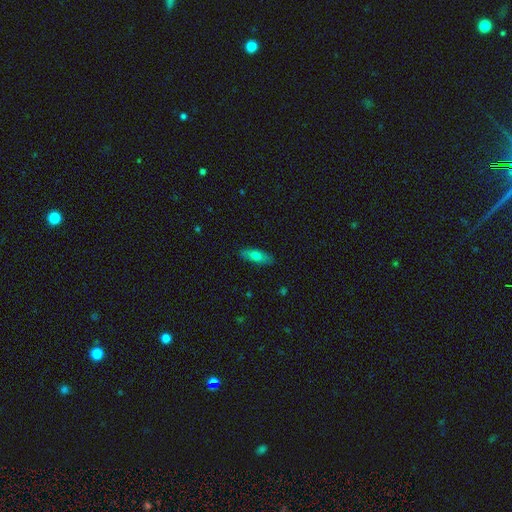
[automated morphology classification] Overall: smooth (66%; featured or disk 28%). How rounded: in between (54%; cigar-shaped 43%). Merging: none (87%).